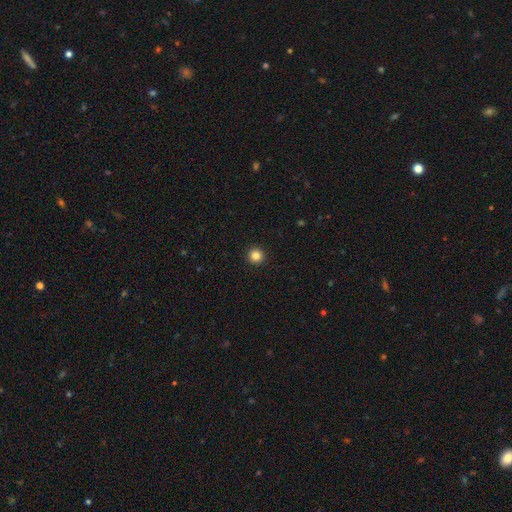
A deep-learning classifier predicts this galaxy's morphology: Smooth or featured? Predicted: smooth (p=0.84). How rounded? Predicted: round (p=0.96). Merging? Predicted: none (p=0.94).